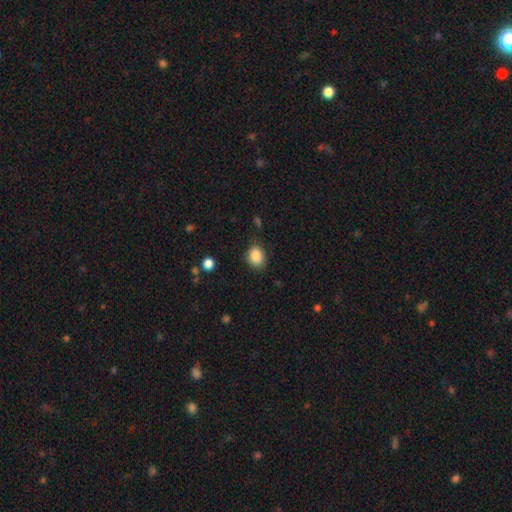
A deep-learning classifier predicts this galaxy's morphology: A smooth galaxy with no disk features (87%) that is in between round and cigar-shaped (50%).

Vote fractions:
- Smooth or featured? smooth: 87% / star or artifact: 9% / featured or disk: 4%
- How rounded? in between: 50% / round: 49% / cigar-shaped: 1%
- Merging? none: 80% / minor disturbance: 15% / major disturbance: 4% / merger: 2%